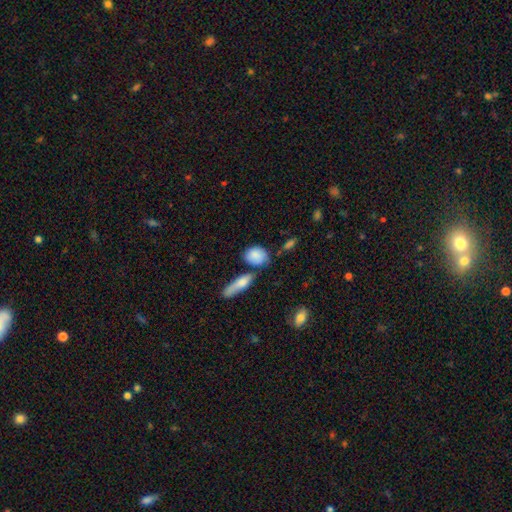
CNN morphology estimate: The model was most divided on "how rounded": in between: 62%, round: 34%, cigar-shaped: 4%. More confident: smooth or featured — smooth (83%); merging — none (58%).